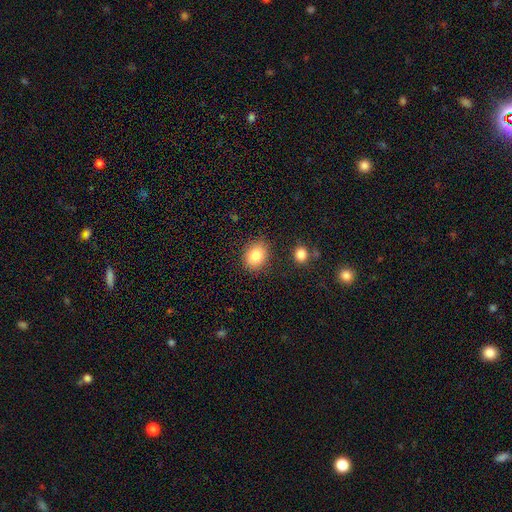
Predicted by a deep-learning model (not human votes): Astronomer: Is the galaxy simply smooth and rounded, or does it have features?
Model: smooth — 83%.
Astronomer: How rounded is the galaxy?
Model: round — 52% (runner-up: in between, 47%).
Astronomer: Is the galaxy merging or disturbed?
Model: none — 83%.